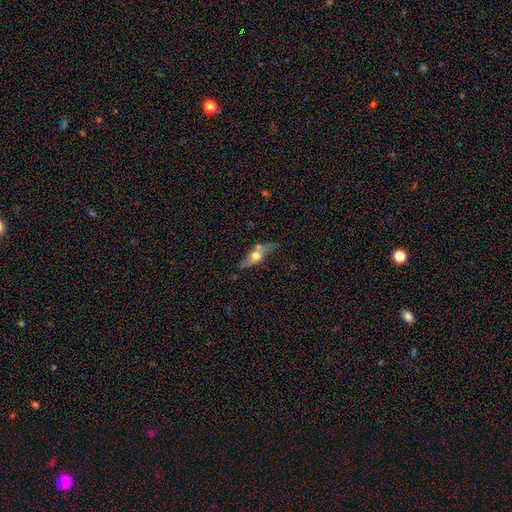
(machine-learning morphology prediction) A smooth galaxy with no disk features (47%, tied with featured or disk). Merging: none (61%).